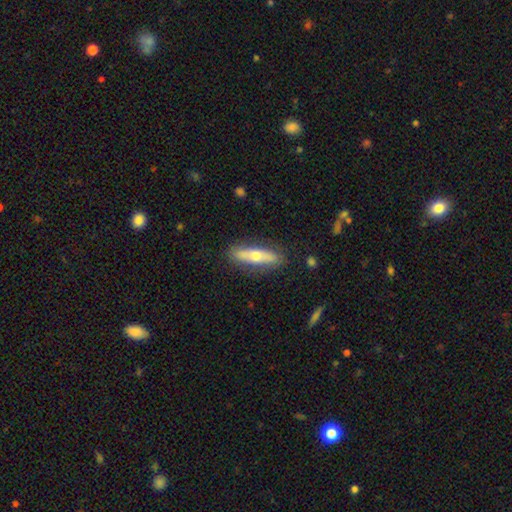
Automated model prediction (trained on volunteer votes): This is possibly a smooth galaxy (51%). How rounded: likely cigar-shaped (70%). Merging: clearly none (86%).